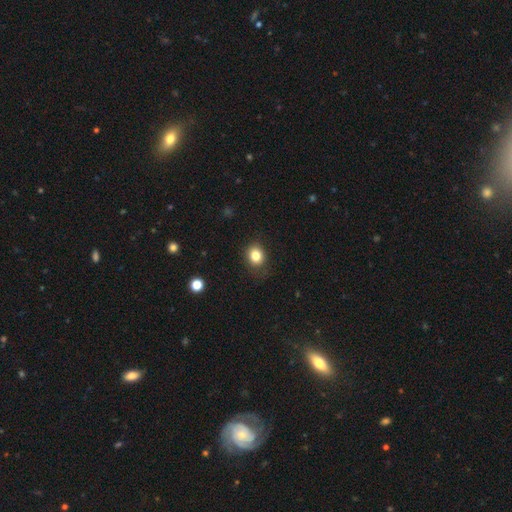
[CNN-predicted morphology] Smooth or featured?
  - smooth: 82% *
  - star or artifact: 11%
  - featured or disk: 6%
How rounded?
  - round: 68% *
  - in between: 31%
  - cigar-shaped: 1%
Merging?
  - none: 81% *
  - minor disturbance: 14%
  - major disturbance: 4%
  - merger: 1%